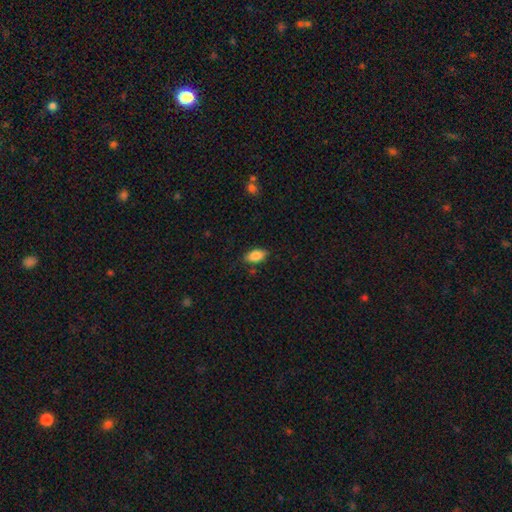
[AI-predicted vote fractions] Overall: smooth (85%). How rounded: in between (90%). Merging: none (80%).